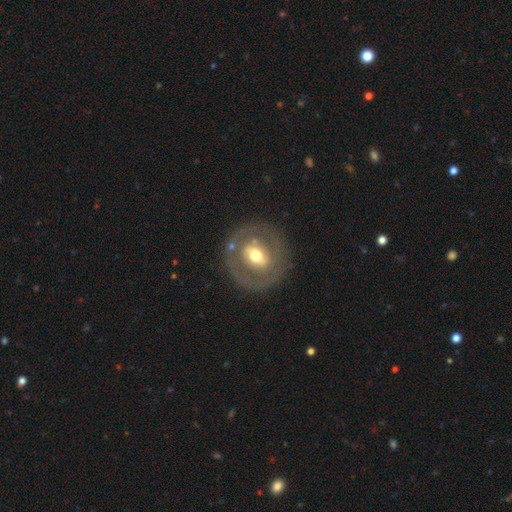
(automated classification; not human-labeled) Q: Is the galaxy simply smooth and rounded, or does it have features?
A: featured or disk — 59%.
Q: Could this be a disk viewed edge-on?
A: no — 92%.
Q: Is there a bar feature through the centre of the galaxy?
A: no — 36%.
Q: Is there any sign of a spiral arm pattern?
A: no — 82%.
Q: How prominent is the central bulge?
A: moderate — 66%.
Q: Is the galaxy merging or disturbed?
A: none — 79%.